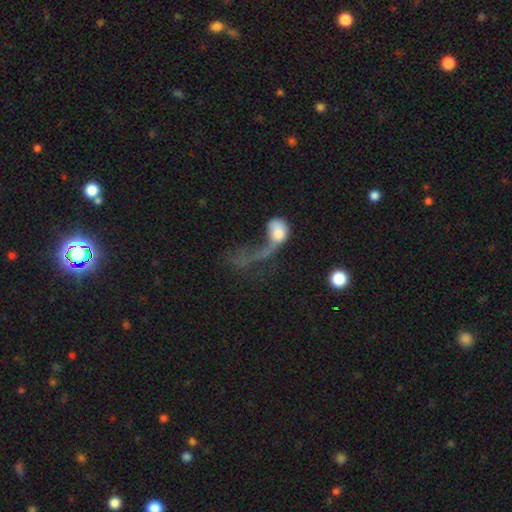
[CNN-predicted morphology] smooth 34% (tied), featured or disk 34% (tied), star or artifact 32%. Down the decision tree: merging — major disturbance (36%).